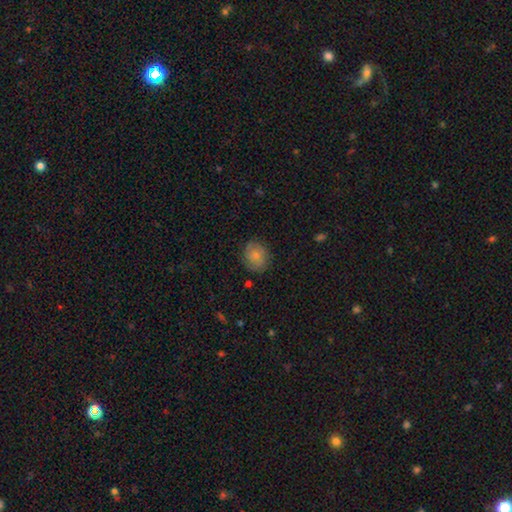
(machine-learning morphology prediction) The model was most divided on "how rounded": round: 67%, in between: 32%, cigar-shaped: 1%. More confident: merging — none (82%); smooth or featured — smooth (81%).